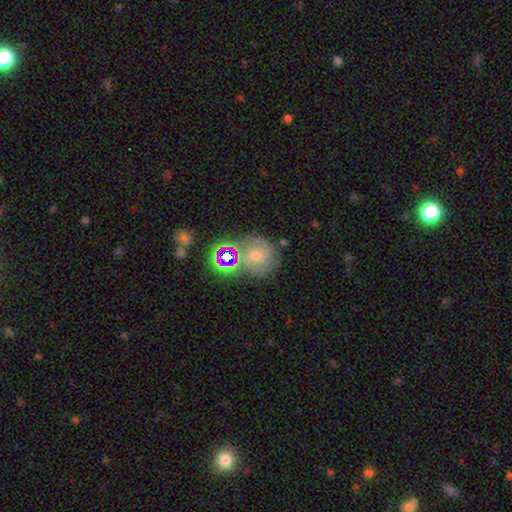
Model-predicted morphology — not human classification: type=featured or disk (54%); edge-on=no (97%); bar=no (73%); spiral arms=yes (88%); bulge=small (63%); merging=none (56%).